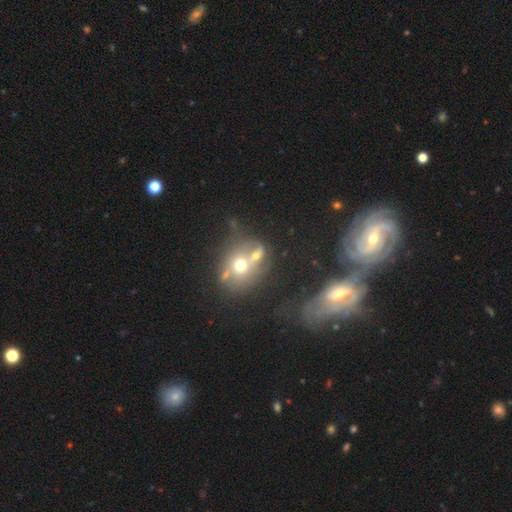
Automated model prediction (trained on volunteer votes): This is possibly a smooth galaxy (47%). Merging: possibly merger (52%).